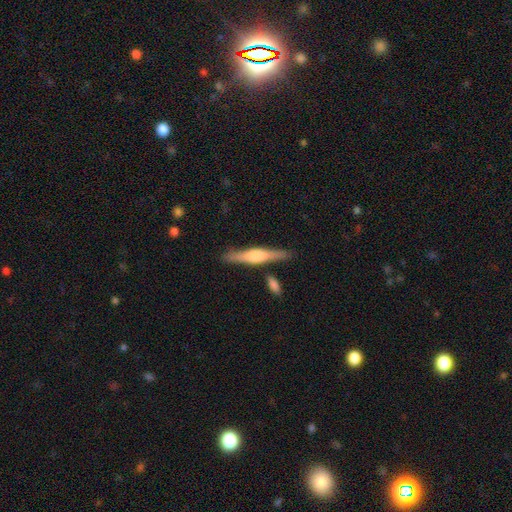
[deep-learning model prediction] Smooth or featured? featured or disk (64%)
Edge-on disk? yes (97%)
Edge-on bulge? rounded (72%)
Merging? none (84%)